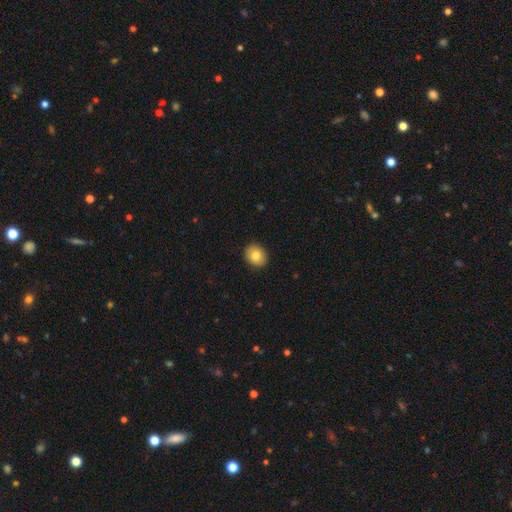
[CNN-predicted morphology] Overall: smooth (83%). How rounded: round (59%; in between 40%). Merging: none (90%).